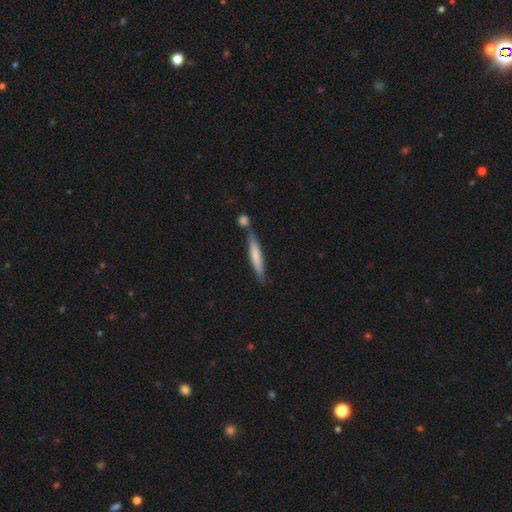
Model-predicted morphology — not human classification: A smooth galaxy with no disk features (67%) that is cigar-shaped (91%). Merging: none (61%).